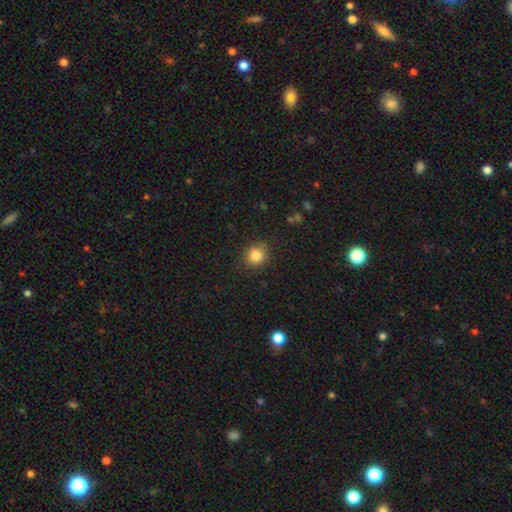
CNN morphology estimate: The model was most divided on "how rounded": round: 82%, in between: 17%, cigar-shaped: 1%. More confident: smooth or featured — smooth (83%); merging — none (83%).